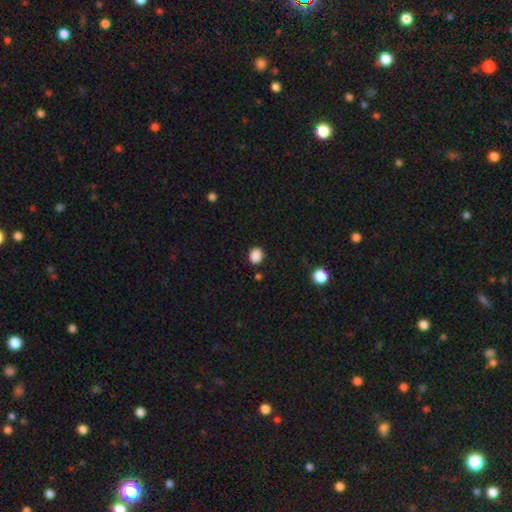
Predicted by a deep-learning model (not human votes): Q: Smooth or featured?
A: smooth (88%); runner-up: star or artifact (10%)
Q: How rounded?
A: round (51%); runner-up: in between (48%)
Q: Merging?
A: none (88%); runner-up: minor disturbance (8%)